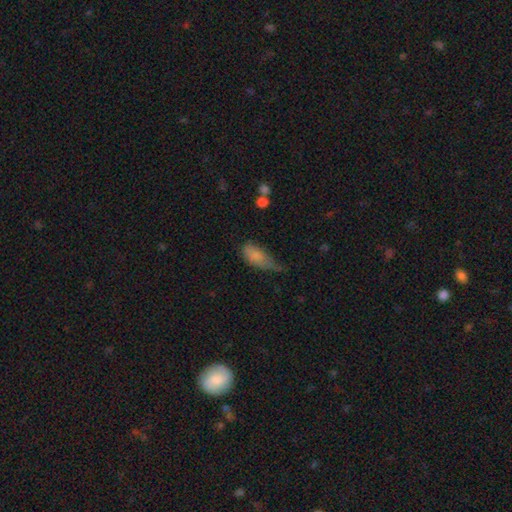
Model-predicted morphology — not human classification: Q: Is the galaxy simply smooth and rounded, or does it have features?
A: smooth — 80%.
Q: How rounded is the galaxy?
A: in between — 87%.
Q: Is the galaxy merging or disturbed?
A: minor disturbance — 45%.